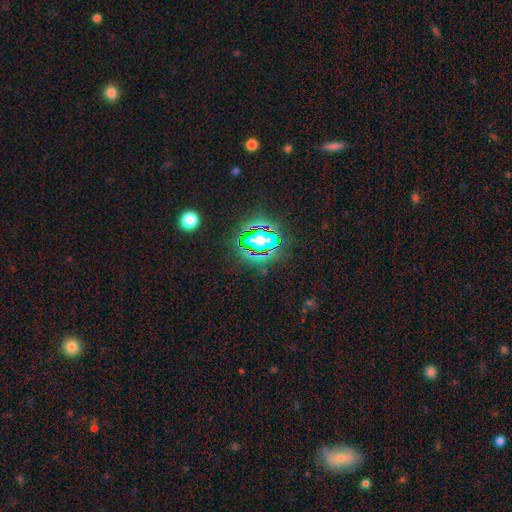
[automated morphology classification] smooth-or-featured: star or artifact: 80% | smooth: 12% | featured or disk: 7%